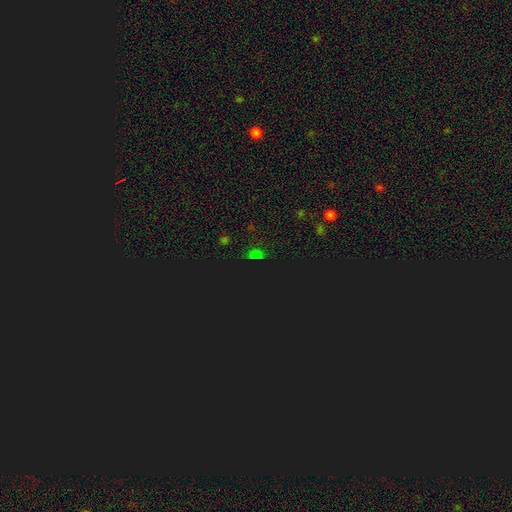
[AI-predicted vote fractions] Smooth or featured? star or artifact (64%)